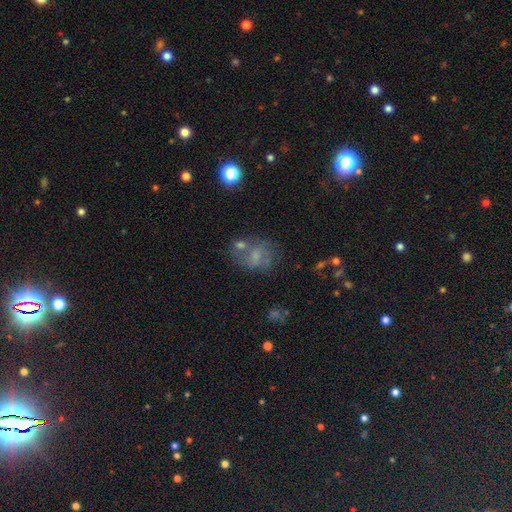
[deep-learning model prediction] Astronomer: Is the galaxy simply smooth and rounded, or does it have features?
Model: smooth — 44% (runner-up: featured or disk, 38%).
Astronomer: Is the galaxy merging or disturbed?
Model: none — 43% (runner-up: merger, 24%).